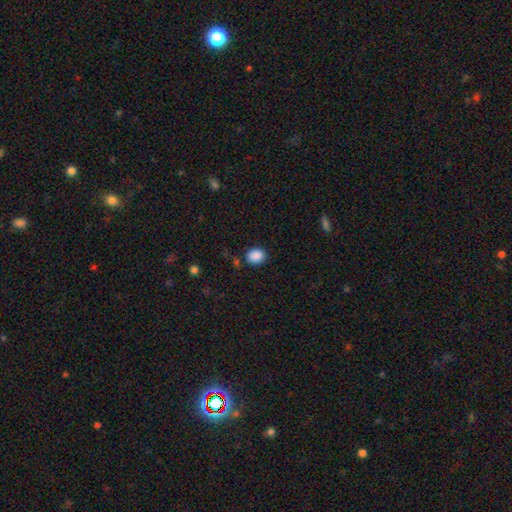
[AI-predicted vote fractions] Q: Smooth or featured?
A: smooth (88%); runner-up: star or artifact (9%)
Q: How rounded?
A: round (56%); runner-up: in between (43%)
Q: Merging?
A: none (82%); runner-up: minor disturbance (12%)